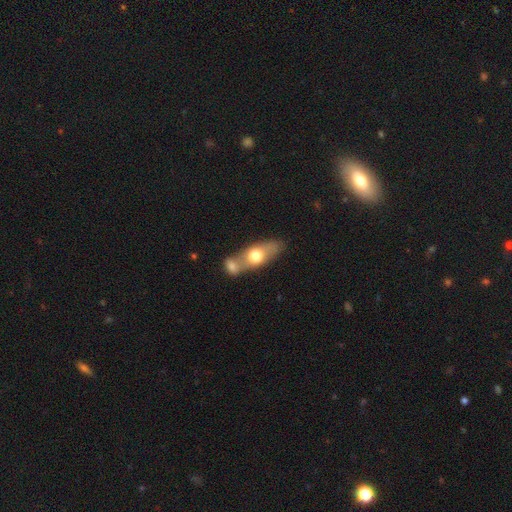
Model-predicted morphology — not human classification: Smooth or featured? Predicted: smooth (p=0.60). How rounded? Predicted: in between (p=0.67). Merging? Predicted: merger (p=0.53).